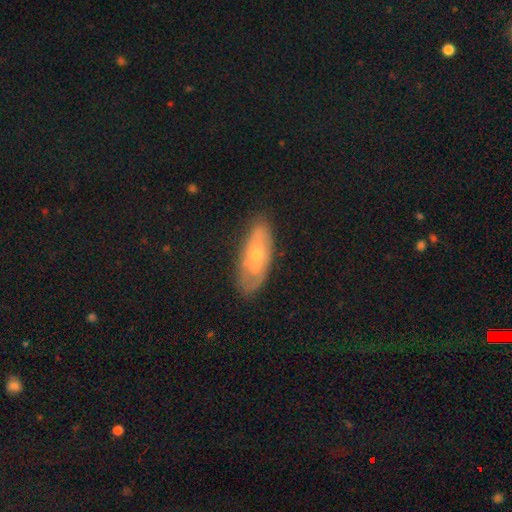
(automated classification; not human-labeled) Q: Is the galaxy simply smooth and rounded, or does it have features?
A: featured or disk — 52%.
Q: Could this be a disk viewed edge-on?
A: no — 80%.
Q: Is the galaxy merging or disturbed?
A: none — 74%.